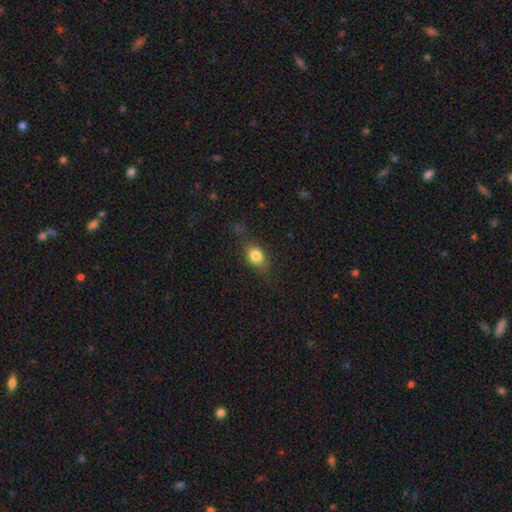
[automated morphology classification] Smooth or featured? smooth (79%)
How rounded? in between (71%)
Merging? none (71%)